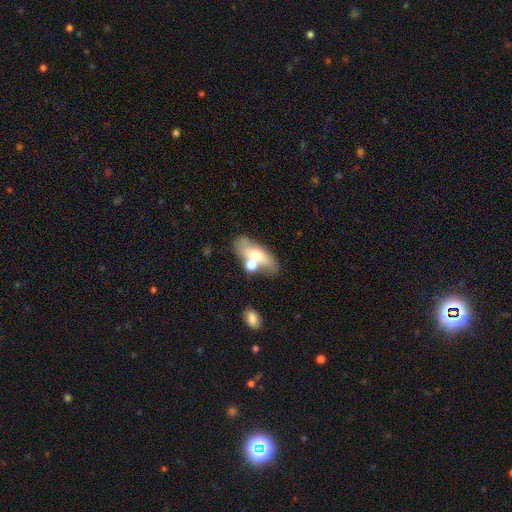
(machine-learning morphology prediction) Overall: smooth (57%; featured or disk 34%). How rounded: in between (75%). Merging: none (52%; merger 27%).